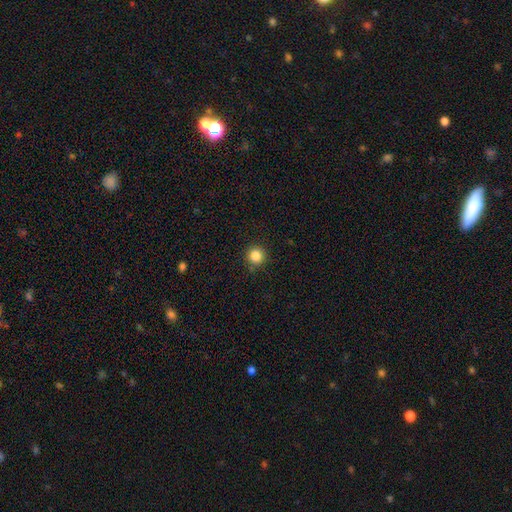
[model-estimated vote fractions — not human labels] Smooth or featured?
  - smooth: 84% *
  - star or artifact: 12%
  - featured or disk: 4%
How rounded?
  - round: 95% *
  - in between: 4%
  - cigar-shaped: 1%
Merging?
  - none: 90% *
  - minor disturbance: 7%
  - major disturbance: 2%
  - merger: 1%